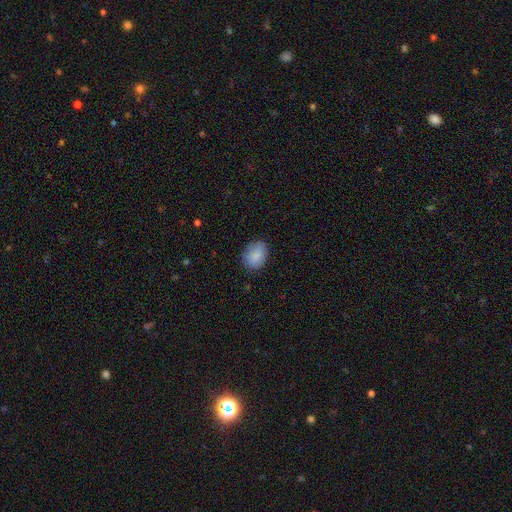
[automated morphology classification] The model was most divided on "how rounded": in between: 63%, round: 36%, cigar-shaped: 1%. More confident: smooth or featured — smooth (86%); merging — none (79%).